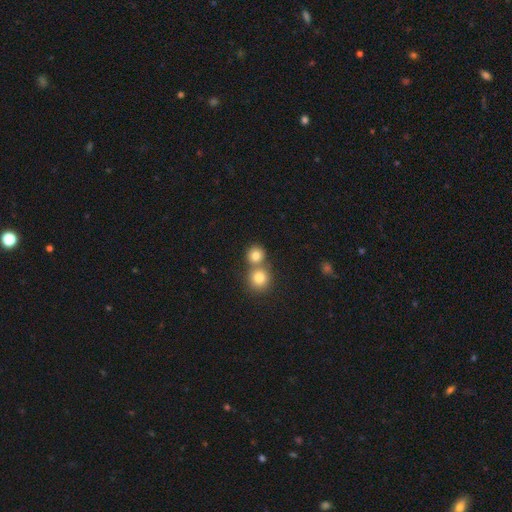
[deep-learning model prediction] This appears to be a smooth galaxy with no disk features (80%) that is round (87%). Merging: none (50%).